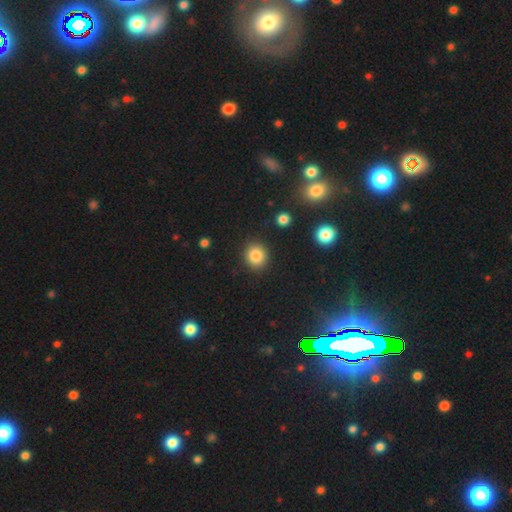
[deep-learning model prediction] A smooth galaxy with no disk features (84%) that is round (81%). Merging: none (89%).